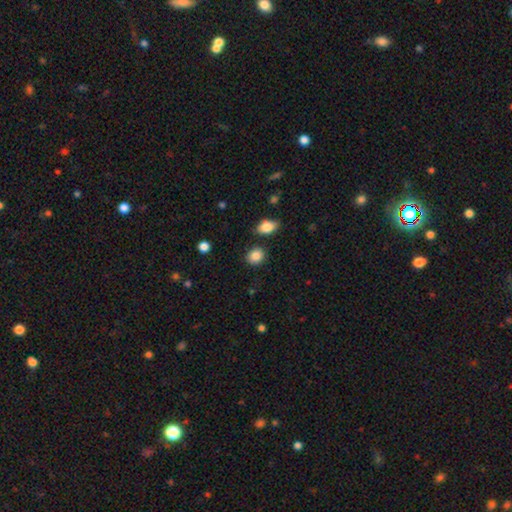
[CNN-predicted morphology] A smooth galaxy with no disk features (87%) that is round (71%). Merging: none (84%).